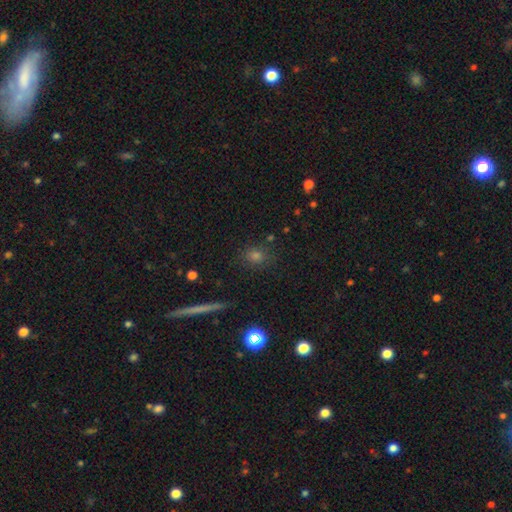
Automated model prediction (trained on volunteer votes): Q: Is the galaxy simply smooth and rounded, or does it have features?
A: smooth — 70%.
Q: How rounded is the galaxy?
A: round — 73%.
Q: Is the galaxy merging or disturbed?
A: none — 87%.